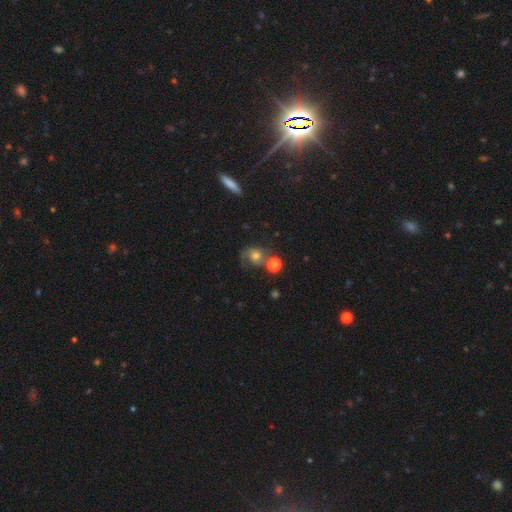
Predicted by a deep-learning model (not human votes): smooth-or-featured: smooth: 47% | featured or disk: 38% | star or artifact: 15%
  merging: none: 44% | minor disturbance: 20% | major disturbance: 19% | merger: 16%